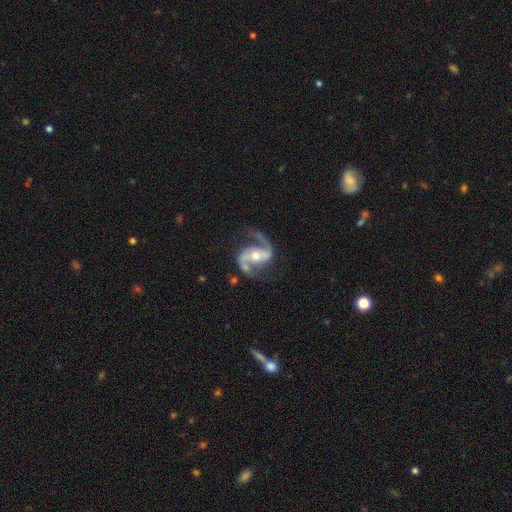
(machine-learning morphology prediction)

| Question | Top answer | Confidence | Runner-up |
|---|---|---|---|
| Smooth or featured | featured or disk | 92% | star or artifact (5%) |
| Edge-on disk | no | 98% | yes (2%) |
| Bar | strong | 38% | weak (34%) |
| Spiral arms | yes | 98% | no (2%) |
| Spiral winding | medium | 51% | loose (39%) |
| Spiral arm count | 2 | 93% | 1 (2%) |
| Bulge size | moderate | 63% | small (30%) |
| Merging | none | 72% | minor disturbance (15%) |